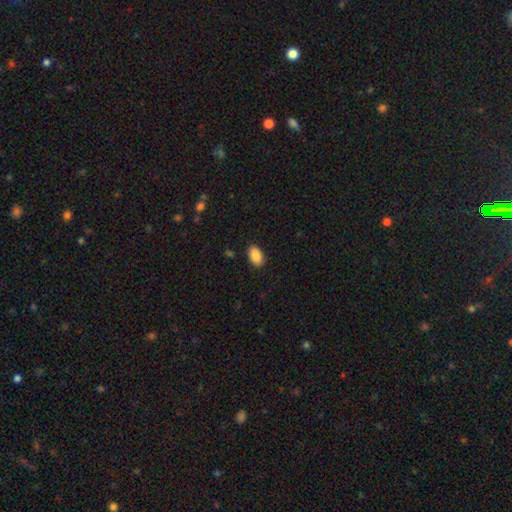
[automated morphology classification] Smooth or featured: smooth — 88% (star or artifact — 7%)
How rounded: in between — 93% (round — 6%)
Merging: none — 88% (minor disturbance — 9%)